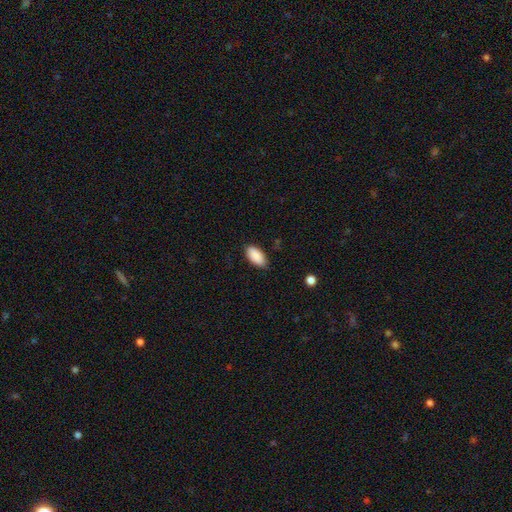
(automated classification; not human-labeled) smooth_or_featured: smooth (p=0.90) [alt: star or artifact p=0.07]
how_rounded: in between (p=0.94) [alt: cigar-shaped p=0.04]
merging: none (p=0.82) [alt: minor disturbance p=0.14]